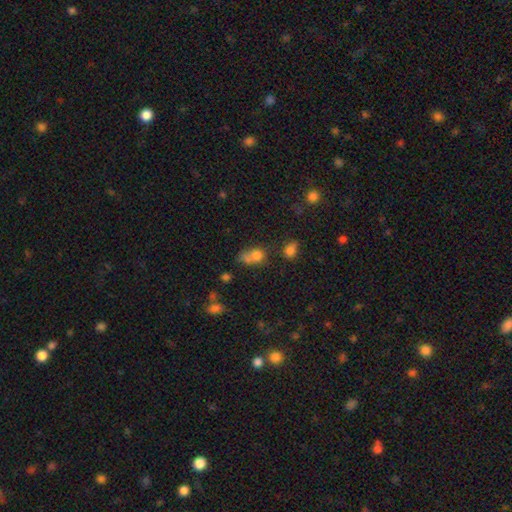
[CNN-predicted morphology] Smooth or featured? Predicted: smooth (p=0.73). How rounded? Predicted: round (p=0.53). Merging? Predicted: merger (p=0.46).